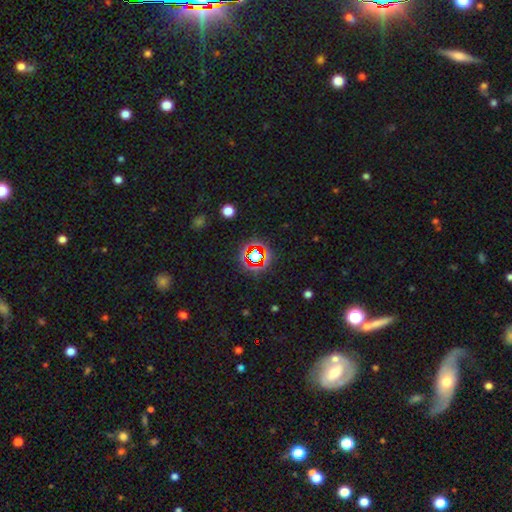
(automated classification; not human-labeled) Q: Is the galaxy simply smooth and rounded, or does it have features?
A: star or artifact — 70%.